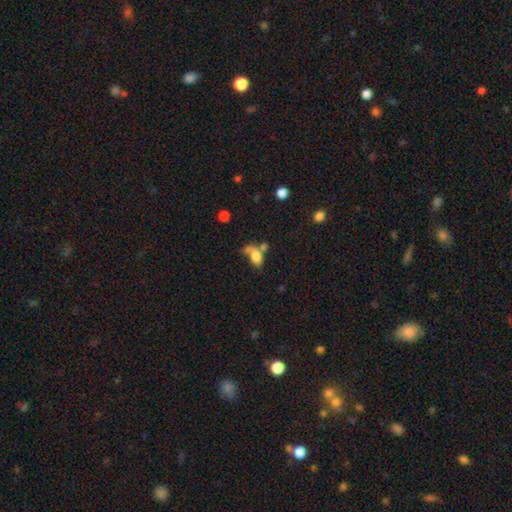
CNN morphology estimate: This is likely a smooth galaxy (75%). How rounded: clearly in between (85%). Merging: marginally merger (38%).